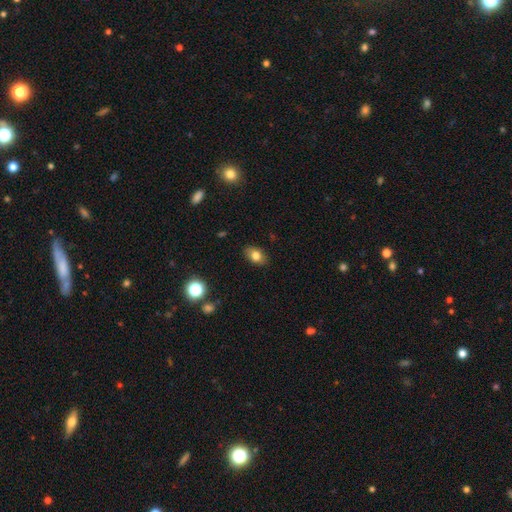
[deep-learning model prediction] Smooth or featured?
  - smooth: 79% *
  - featured or disk: 11%
  - star or artifact: 10%
How rounded?
  - in between: 83% *
  - round: 16%
  - cigar-shaped: 2%
Merging?
  - none: 86% *
  - minor disturbance: 11%
  - major disturbance: 2%
  - merger: 1%